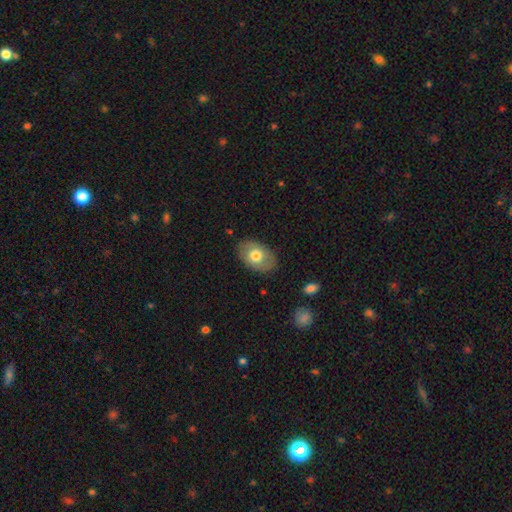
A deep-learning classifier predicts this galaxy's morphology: type=smooth (69%); roundness=in between (85%); merging=none (82%).